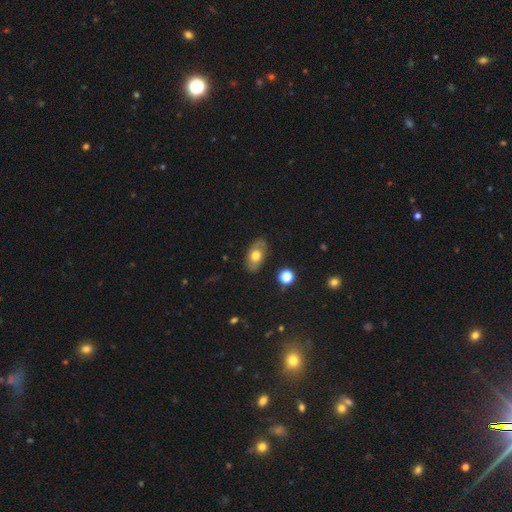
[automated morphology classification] Smooth or featured? Predicted: smooth (p=0.59). How rounded? Predicted: in between (p=0.87). Merging? Predicted: none (p=0.82).